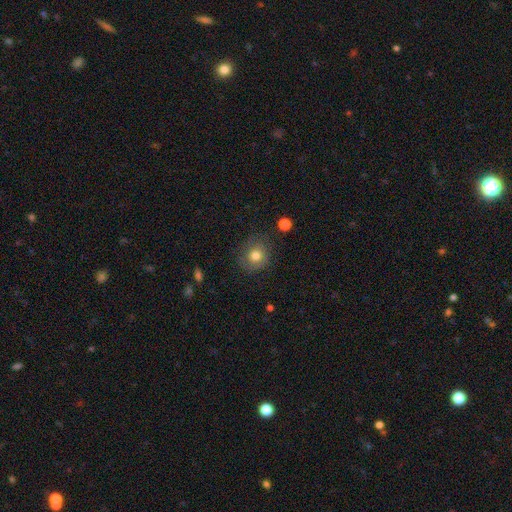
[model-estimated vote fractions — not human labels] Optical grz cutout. It shows a smooth galaxy with no disk features (78%) that is round (82%). Merging: none (78%).